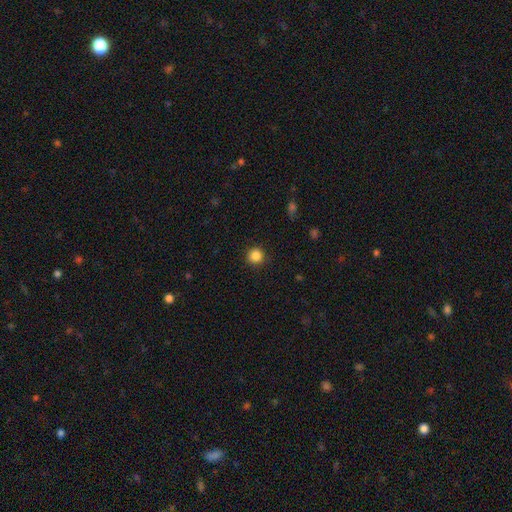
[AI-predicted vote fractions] Smooth or featured: smooth — 86% (star or artifact — 11%)
How rounded: round — 94% (in between — 5%)
Merging: none — 91% (minor disturbance — 6%)